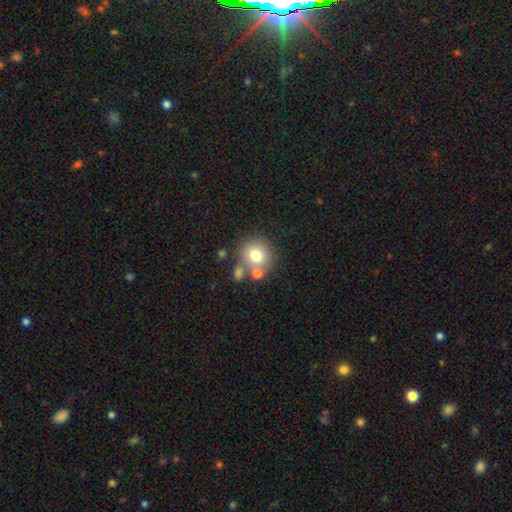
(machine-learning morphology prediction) This appears to be a smooth galaxy with no disk features (74%) that is round (88%). Merging: none (66%).